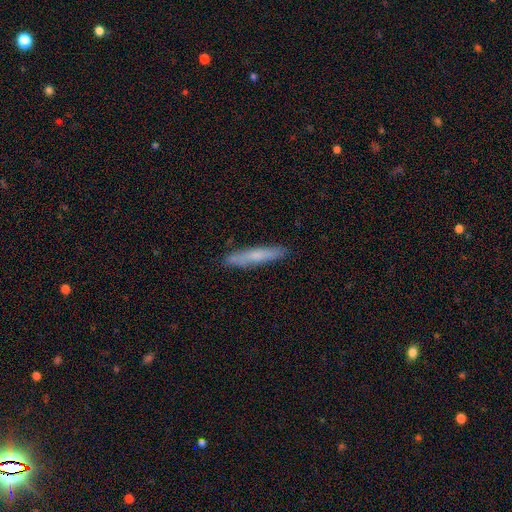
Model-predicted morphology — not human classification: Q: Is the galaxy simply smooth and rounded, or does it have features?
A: smooth — 64%.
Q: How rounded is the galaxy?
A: cigar-shaped — 93%.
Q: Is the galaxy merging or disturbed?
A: none — 86%.